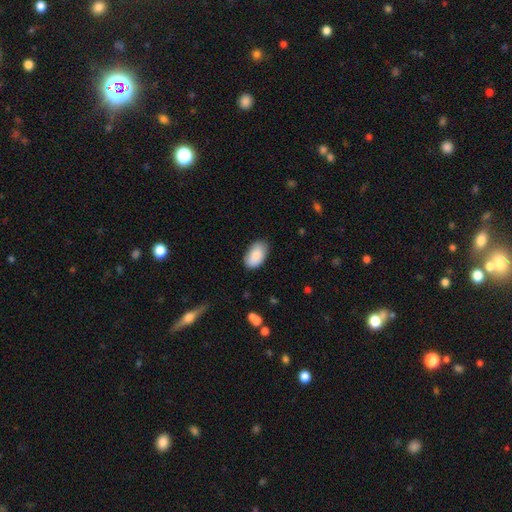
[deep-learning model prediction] Smooth or featured?
  - smooth: 88% *
  - star or artifact: 6%
  - featured or disk: 6%
How rounded?
  - in between: 95% *
  - round: 4%
  - cigar-shaped: 1%
Merging?
  - none: 81% *
  - minor disturbance: 15%
  - major disturbance: 3%
  - merger: 1%